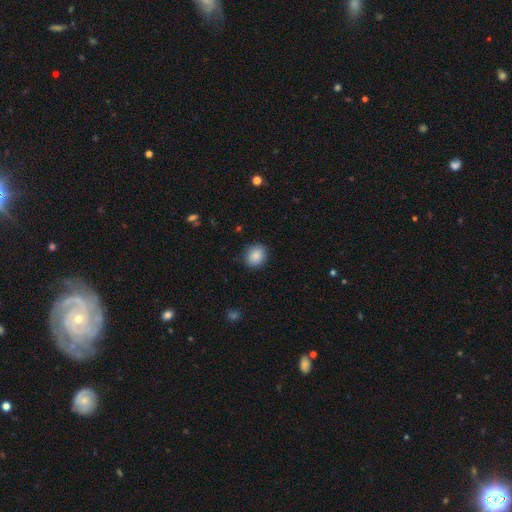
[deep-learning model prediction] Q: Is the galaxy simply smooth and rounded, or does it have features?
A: smooth — 87%.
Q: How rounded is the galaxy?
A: round — 68%.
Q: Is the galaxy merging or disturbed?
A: none — 86%.